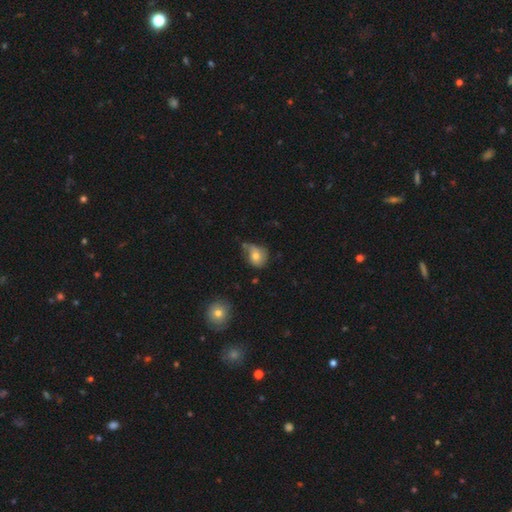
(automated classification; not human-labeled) This appears to be a smooth galaxy with no disk features (70%) that is round (60%). Merging: none (41%).